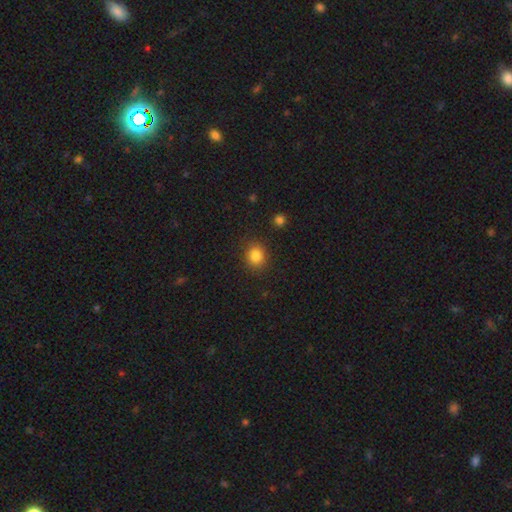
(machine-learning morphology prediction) type=smooth (84%); roundness=round (76%); merging=none (87%).